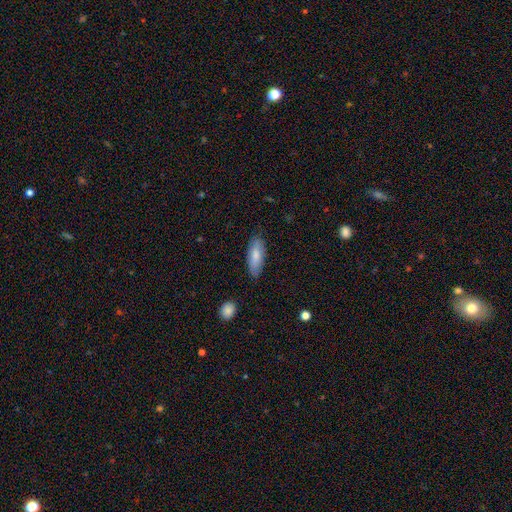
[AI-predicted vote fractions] Overall: smooth (79%). How rounded: in between (67%; cigar-shaped 31%). Merging: none (82%).